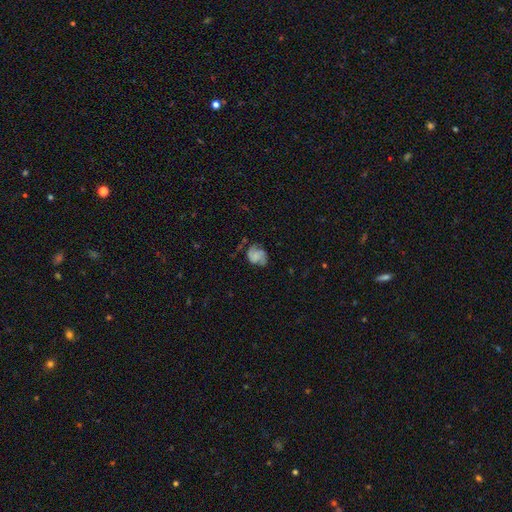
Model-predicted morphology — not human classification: A featured or disk galaxy (61%) with no bar (70%), 2 (55%) medium (44%) spiral arms (90%) and no central bulge (39%).

Vote fractions:
- Smooth or featured? featured or disk: 61% / smooth: 30% / star or artifact: 9%
- Edge-on disk? no: 98% / yes: 2%
- Bar? no: 70% / weak: 25% / strong: 5%
- Spiral arms? yes: 90% / no: 10%
- Spiral winding? medium: 44% / tight: 36% / loose: 20%
- Spiral arm count? 2: 55% / 3: 21% / can't tell: 14% / 1: 5% / 4: 3% / more than 4: 2%
- Bulge size? none: 39% / small: 38% / moderate: 17% / large: 4% / dominant: 2%
- Merging? none: 59% / minor disturbance: 25% / major disturbance: 14% / merger: 3%